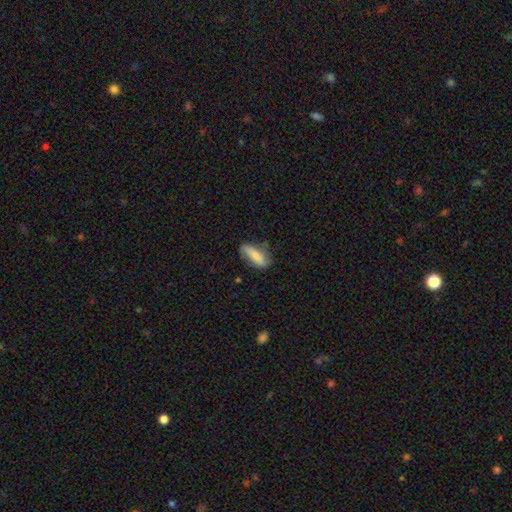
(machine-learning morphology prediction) smooth-or-featured: smooth: 69% | featured or disk: 25% | star or artifact: 7%
  how-rounded: in between: 63% | cigar-shaped: 34% | round: 3%
  merging: none: 64% | minor disturbance: 27% | major disturbance: 7% | merger: 2%